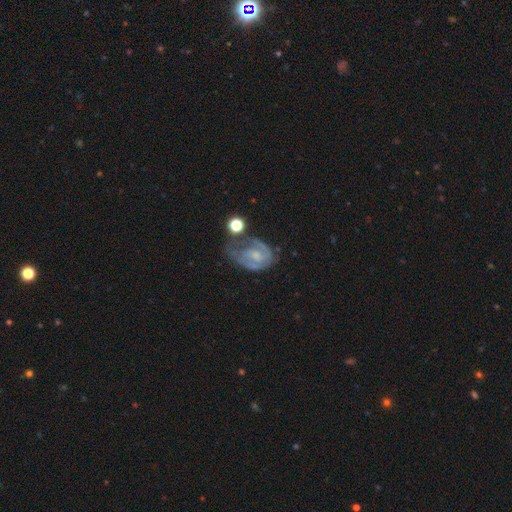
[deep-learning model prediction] Morphology: type=featured or disk (72%); edge-on=no (97%); bar=no (56%); spiral arms=yes (83%); winding=tight (49%); arm count=2 (45%); bulge=small (50%); merging=none (34%).